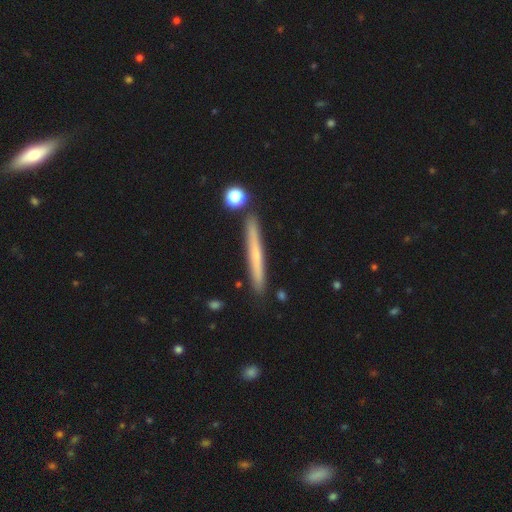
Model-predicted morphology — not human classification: A smooth galaxy with no disk features (47%).

Vote fractions:
- Smooth or featured? smooth: 47% / featured or disk: 46% / star or artifact: 7%
- Merging? none: 88% / minor disturbance: 8% / merger: 3% / major disturbance: 2%